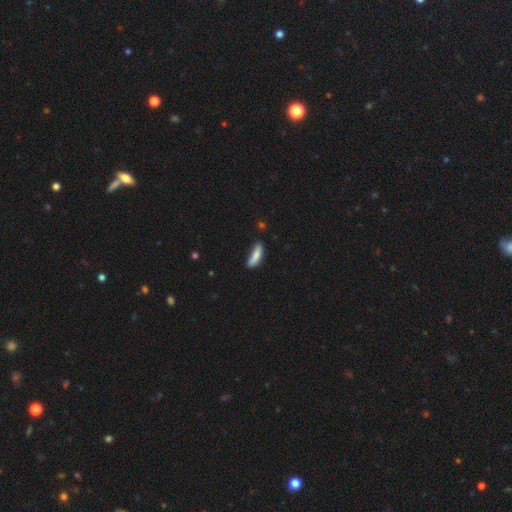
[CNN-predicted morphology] Overall: smooth (80%). How rounded: cigar-shaped (57%; in between 41%). Merging: none (57%; minor disturbance 31%).